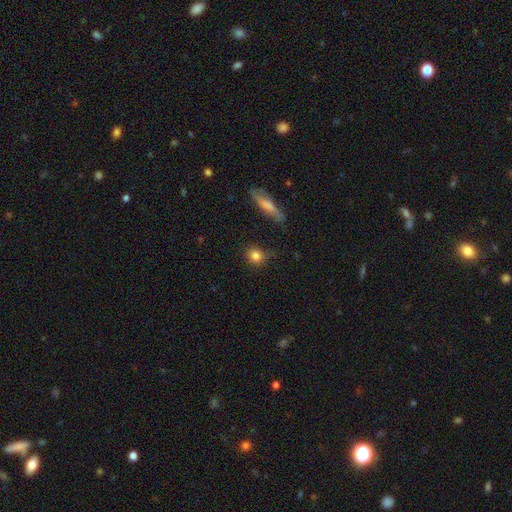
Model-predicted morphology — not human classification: This appears to be a smooth galaxy with no disk features (83%) that is round (79%). Merging: none (78%).